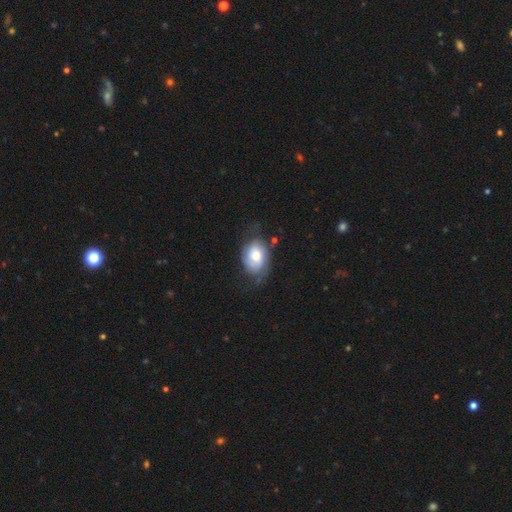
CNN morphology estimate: type=smooth (50%); merging=none (54%).